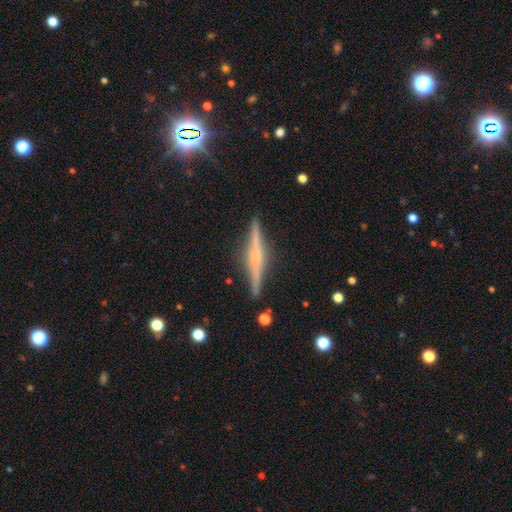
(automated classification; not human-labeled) Morphology: type=featured or disk (76%); edge-on=yes (98%); edge-on bulge=rounded (59%); merging=none (90%).